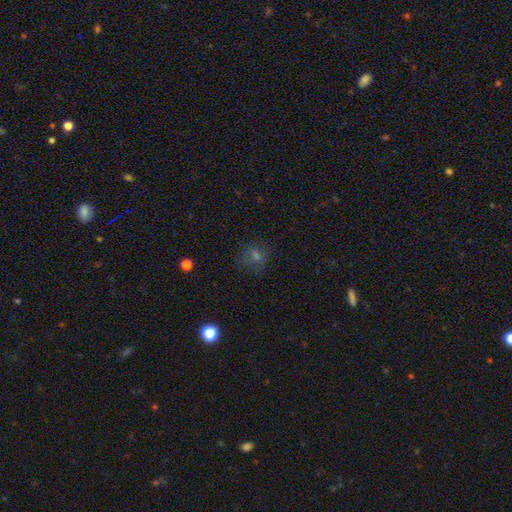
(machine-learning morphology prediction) A smooth galaxy with no disk features (52%) that is round (77%).

Vote fractions:
- Smooth or featured? smooth: 52% / star or artifact: 30% / featured or disk: 18%
- How rounded? round: 77% / in between: 22% / cigar-shaped: 1%
- Merging? none: 72% / minor disturbance: 16% / major disturbance: 10% / merger: 2%